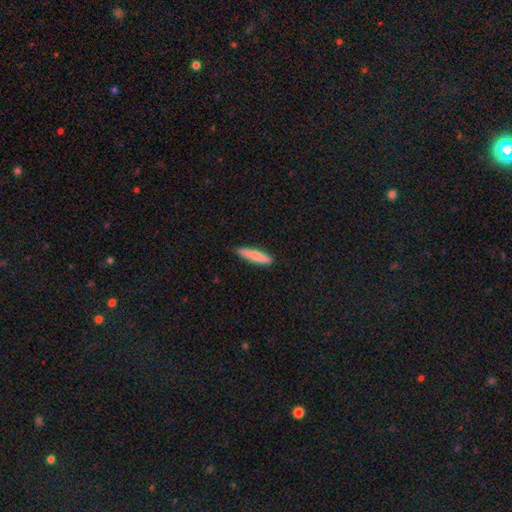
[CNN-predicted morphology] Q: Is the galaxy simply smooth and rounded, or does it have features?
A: smooth — 84%.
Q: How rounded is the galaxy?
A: cigar-shaped — 86%.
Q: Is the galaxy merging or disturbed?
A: none — 84%.